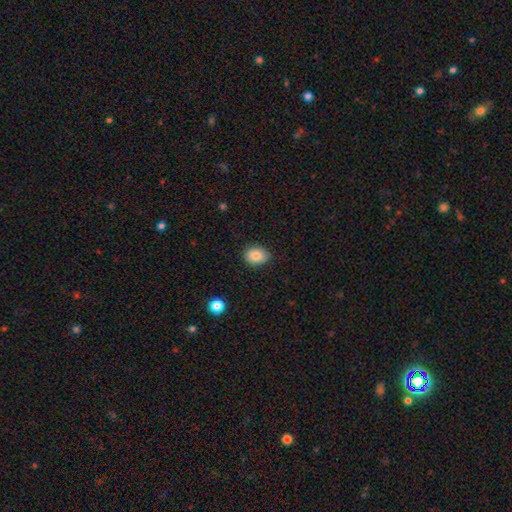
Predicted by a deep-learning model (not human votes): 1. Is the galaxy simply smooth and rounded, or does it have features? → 83% smooth, 9% star or artifact, 8% featured or disk.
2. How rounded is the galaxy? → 54% in between, 45% round, 1% cigar-shaped.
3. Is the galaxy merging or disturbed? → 84% none, 13% minor disturbance, 2% major disturbance, 1% merger.